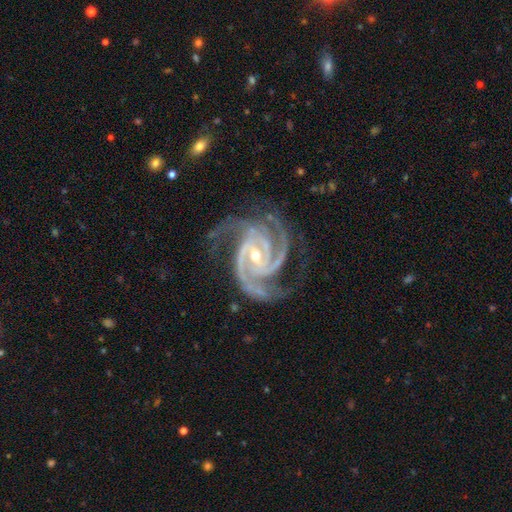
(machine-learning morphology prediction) Smooth or featured?
  - featured or disk: 95% *
  - star or artifact: 4%
  - smooth: 2%
Edge-on disk?
  - no: 98% *
  - yes: 2%
Bar?
  - weak: 39% *
  - no: 33%
  - strong: 28%
Spiral arms?
  - yes: 99% *
  - no: 1%
Spiral winding?
  - tight: 53% *
  - medium: 43%
  - loose: 4%
Spiral arm count?
  - 3: 60% *
  - 4: 16%
  - 2: 11%
  - can't tell: 5%
  - more than 4: 4%
  - 1: 4%
Bulge size?
  - small: 58% *
  - moderate: 40%
  - large: 1%
  - none: 1%
  - dominant: 1%
Merging?
  - none: 69% *
  - minor disturbance: 19%
  - major disturbance: 10%
  - merger: 2%